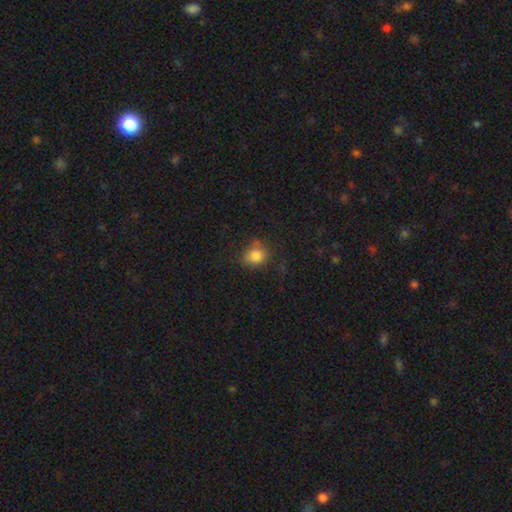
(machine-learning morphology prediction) The model was most divided on "how rounded": round: 69%, in between: 30%, cigar-shaped: 1%. More confident: smooth or featured — smooth (81%); merging — none (65%).